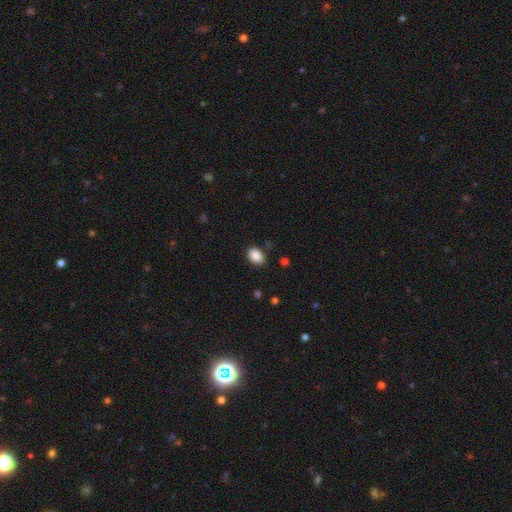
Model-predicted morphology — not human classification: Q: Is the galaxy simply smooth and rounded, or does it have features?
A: smooth — 88%.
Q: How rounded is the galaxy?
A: in between — 80%.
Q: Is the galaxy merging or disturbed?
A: none — 85%.